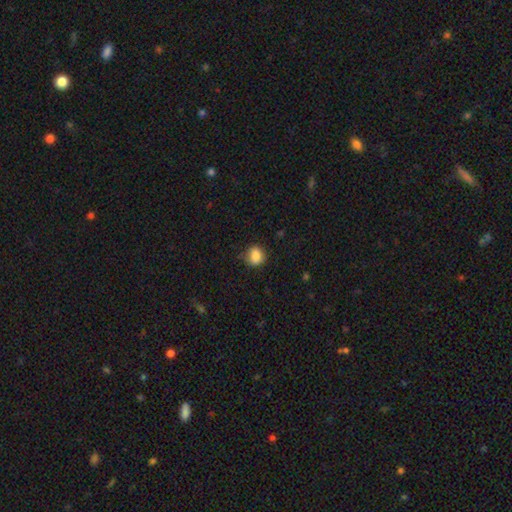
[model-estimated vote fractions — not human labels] Smooth or featured: smooth — 85% (star or artifact — 9%)
How rounded: round — 65% (in between — 34%)
Merging: none — 75% (minor disturbance — 19%)